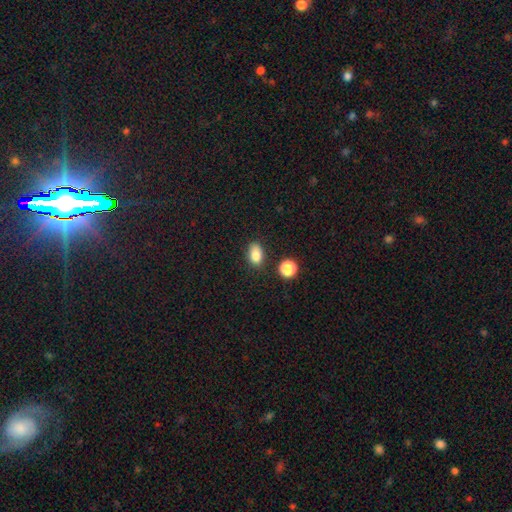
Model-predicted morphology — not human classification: A smooth galaxy with no disk features (84%) that is in between round and cigar-shaped (82%). Merging: none (78%).